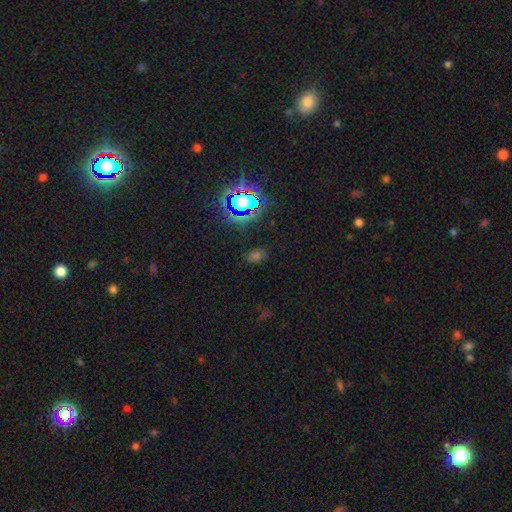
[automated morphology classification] smooth-or-featured: star or artifact: 49% | smooth: 43% | featured or disk: 8%